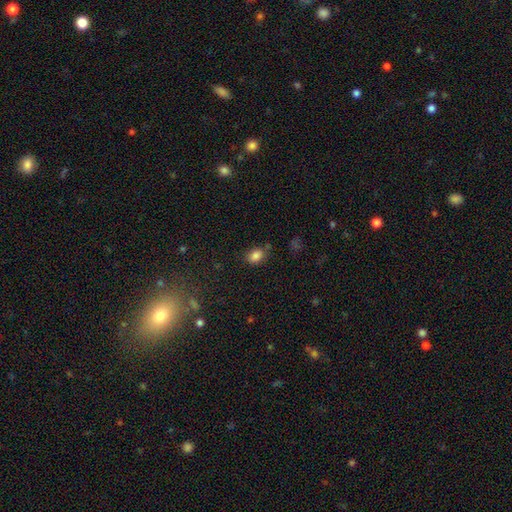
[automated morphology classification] A smooth galaxy with no disk features (83%) that is in between round and cigar-shaped (67%). Merging: none (73%).